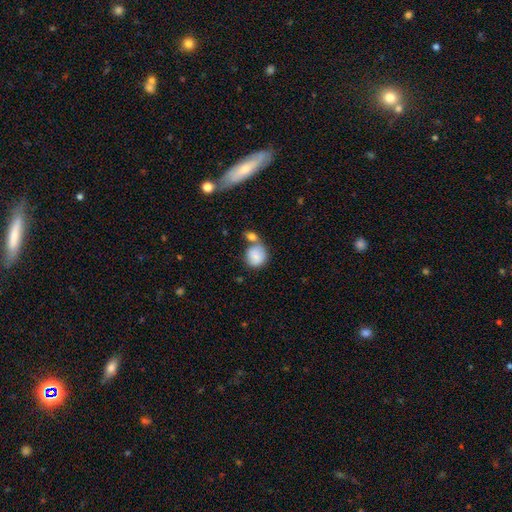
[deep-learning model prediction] Smooth or featured? Predicted: smooth (p=0.83). How rounded? Predicted: round (p=0.73). Merging? Predicted: none (p=0.40).